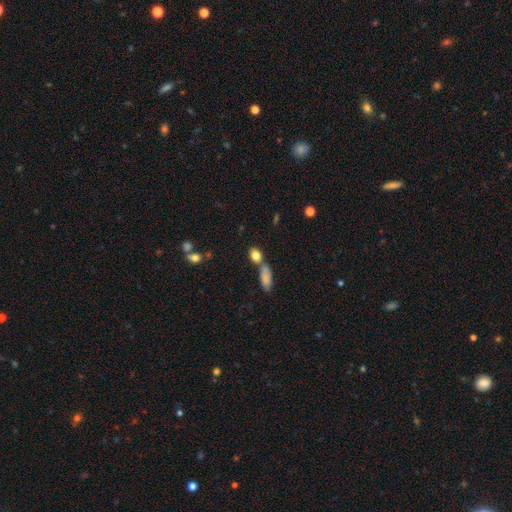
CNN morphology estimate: A smooth galaxy with no disk features (82%) that is in between round and cigar-shaped (57%). Merging: none (50%).